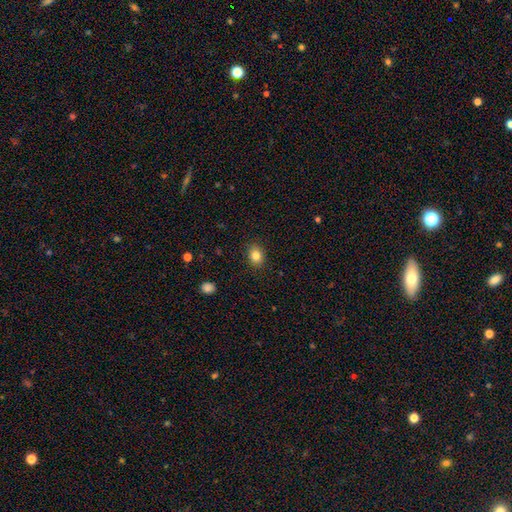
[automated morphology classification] Smooth or featured: smooth — 83% (star or artifact — 10%)
How rounded: in between — 59% (round — 40%)
Merging: none — 88% (minor disturbance — 9%)